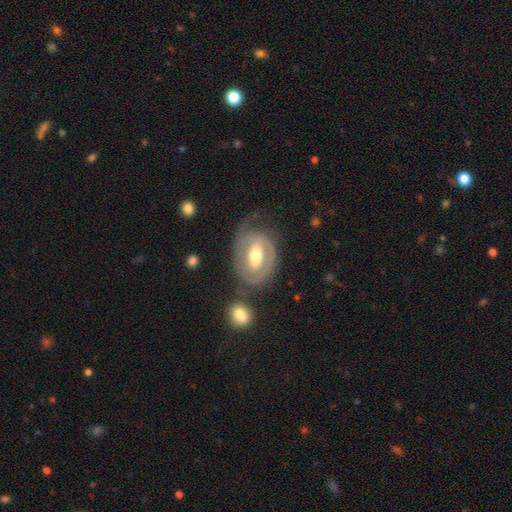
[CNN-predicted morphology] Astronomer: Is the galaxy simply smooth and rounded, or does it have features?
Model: featured or disk — 82%.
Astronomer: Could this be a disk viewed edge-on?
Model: no — 96%.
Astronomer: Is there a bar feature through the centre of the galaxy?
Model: weak — 41% (runner-up: strong, 31%).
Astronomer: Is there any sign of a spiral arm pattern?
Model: yes — 83%.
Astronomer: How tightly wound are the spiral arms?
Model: tight — 59%.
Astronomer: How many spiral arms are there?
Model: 2 — 61%.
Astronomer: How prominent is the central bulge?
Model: moderate — 70%.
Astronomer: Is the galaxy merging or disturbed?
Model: none — 61%.